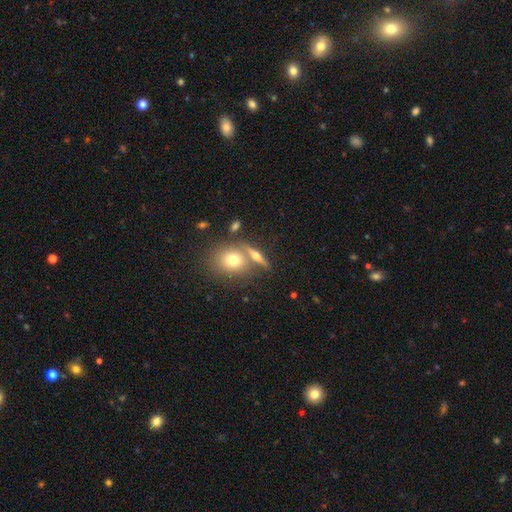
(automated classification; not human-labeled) The model was most divided on "smooth or featured": featured or disk: 47%, smooth: 42%, star or artifact: 11%. More confident: merging — none (66%).